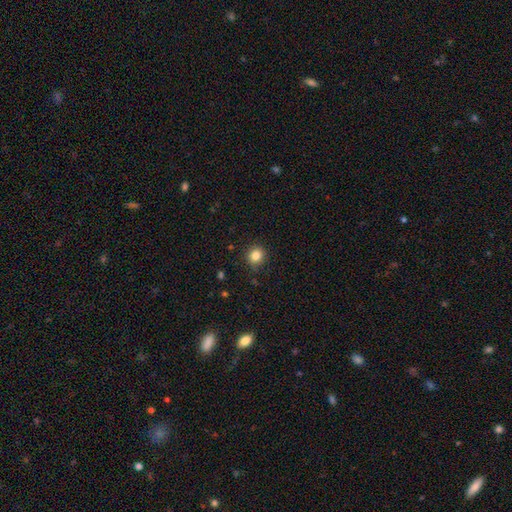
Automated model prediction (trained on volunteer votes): smooth-or-featured: smooth: 83% | star or artifact: 11% | featured or disk: 5%
  how-rounded: round: 87% | in between: 12% | cigar-shaped: 1%
  merging: none: 88% | minor disturbance: 9% | major disturbance: 2% | merger: 1%